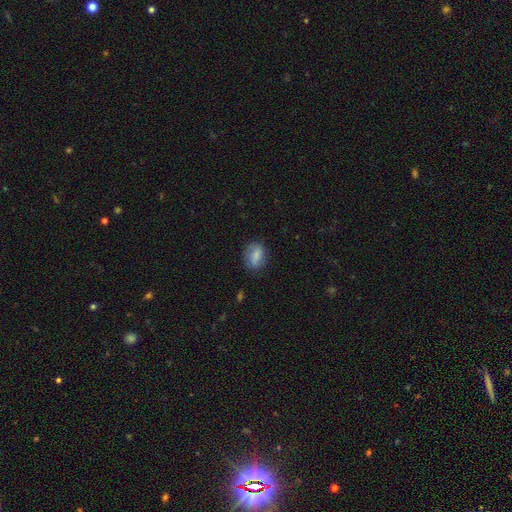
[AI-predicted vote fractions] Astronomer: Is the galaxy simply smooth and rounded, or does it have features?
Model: smooth — 76%.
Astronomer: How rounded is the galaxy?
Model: in between — 72%.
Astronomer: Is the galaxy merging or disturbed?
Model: none — 74%.